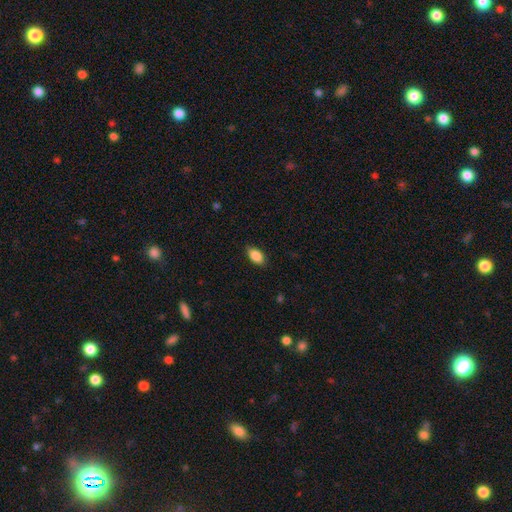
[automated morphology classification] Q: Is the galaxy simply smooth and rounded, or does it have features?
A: smooth — 87%.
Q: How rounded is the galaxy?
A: in between — 91%.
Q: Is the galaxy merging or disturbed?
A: none — 85%.